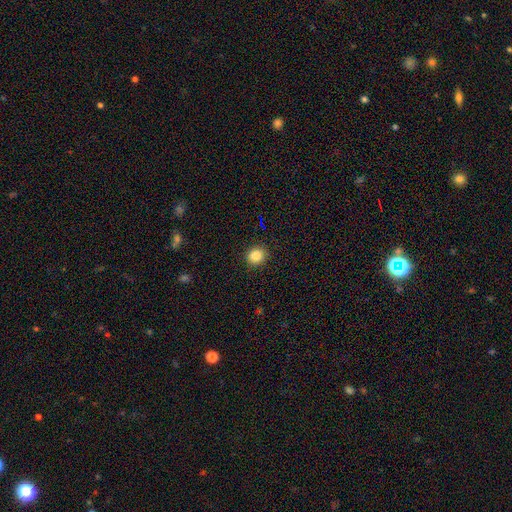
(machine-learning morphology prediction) A smooth galaxy with no disk features (85%) that is round (83%).

Vote fractions:
- Smooth or featured? smooth: 85% / star or artifact: 11% / featured or disk: 5%
- How rounded? round: 83% / in between: 16% / cigar-shaped: 1%
- Merging? none: 91% / minor disturbance: 6% / major disturbance: 2% / merger: 1%